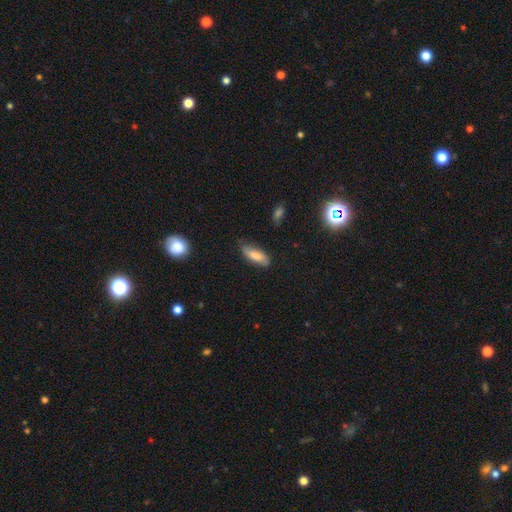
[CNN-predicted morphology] Q: Smooth or featured?
A: smooth (77%); runner-up: featured or disk (16%)
Q: How rounded?
A: in between (69%); runner-up: cigar-shaped (29%)
Q: Merging?
A: none (66%); runner-up: minor disturbance (27%)